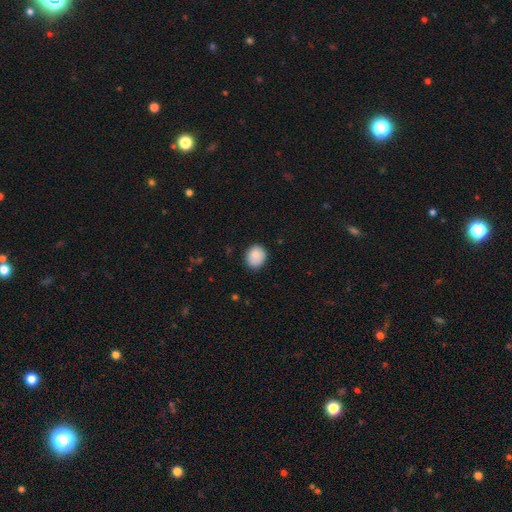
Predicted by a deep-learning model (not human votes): smooth-or-featured: smooth: 82% | featured or disk: 10% | star or artifact: 8%
  how-rounded: round: 69% | in between: 30% | cigar-shaped: 1%
  merging: none: 82% | minor disturbance: 14% | major disturbance: 3% | merger: 1%